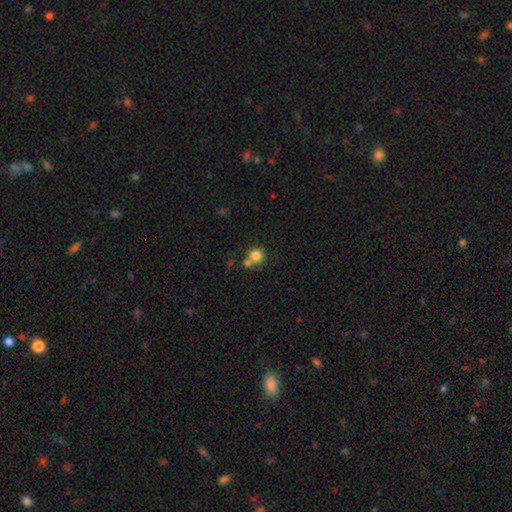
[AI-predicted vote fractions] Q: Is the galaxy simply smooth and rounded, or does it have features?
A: smooth — 80%.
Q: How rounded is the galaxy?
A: round — 90%.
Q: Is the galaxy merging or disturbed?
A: none — 53%.